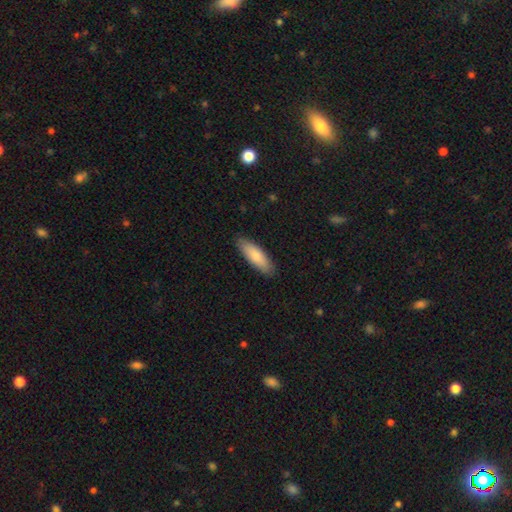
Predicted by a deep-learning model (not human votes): smooth_or_featured: smooth (p=0.82) [alt: featured or disk p=0.13]
how_rounded: in between (p=0.50) [alt: cigar-shaped p=0.48]
merging: none (p=0.88) [alt: minor disturbance p=0.10]